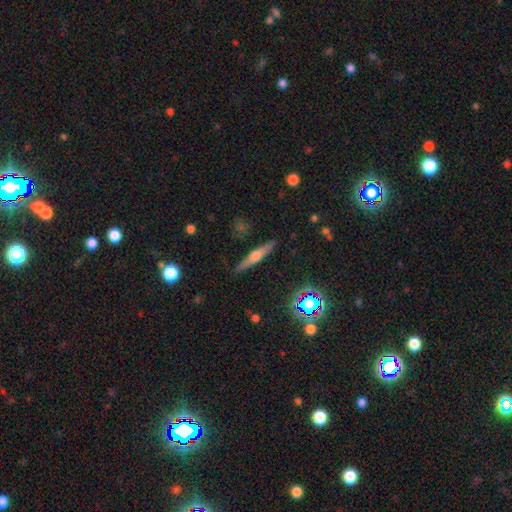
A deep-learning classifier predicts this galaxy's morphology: featured or disk 58%, smooth 32%, star or artifact 9%. Down the decision tree: edge-on disk — yes (96%); edge-on bulge — rounded (89%); merging — none (88%).